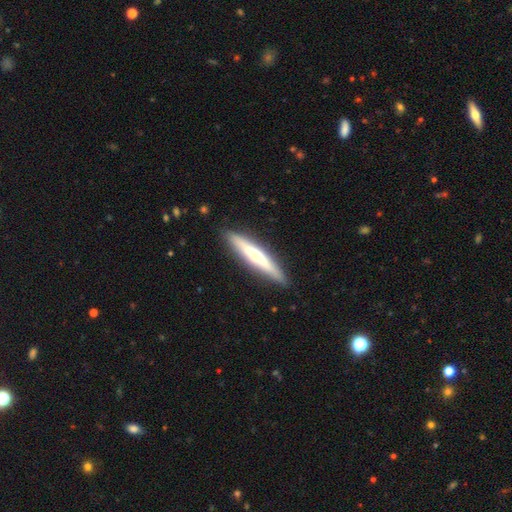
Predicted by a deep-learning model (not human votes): This is possibly a featured or disk galaxy (57%). It is clearly viewed edge-on (92%). Edge-on bulge: likely rounded (69%). Merging: clearly none (88%).